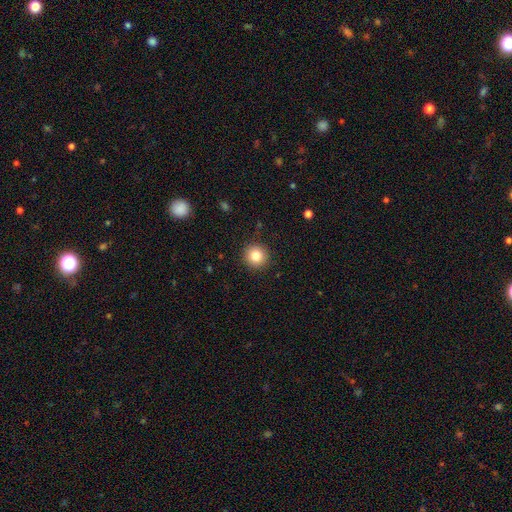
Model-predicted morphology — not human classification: smooth-or-featured: smooth: 83% | star or artifact: 10% | featured or disk: 7%
  how-rounded: round: 94% | in between: 5% | cigar-shaped: 1%
  merging: none: 91% | minor disturbance: 6% | major disturbance: 2% | merger: 1%